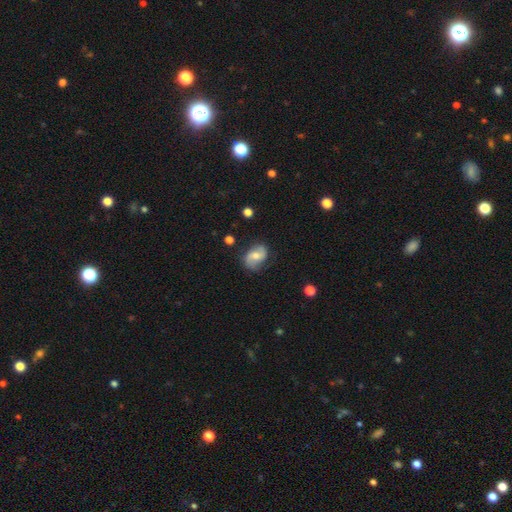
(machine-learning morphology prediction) This is possibly a featured or disk galaxy (59%). It is clearly not viewed edge-on (97%). Bar: possibly no (48%). Spiral arm pattern: clearly yes (86%). Central bulge: likely moderate (62%). Merging: likely none (73%).